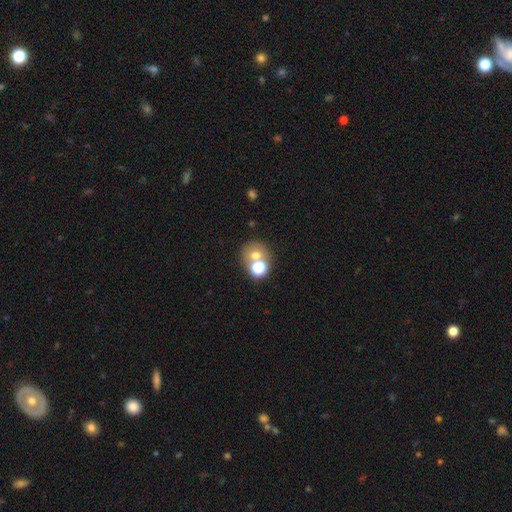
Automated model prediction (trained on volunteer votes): A smooth galaxy with no disk features (64%) that is round (74%). Merging: none (46%).